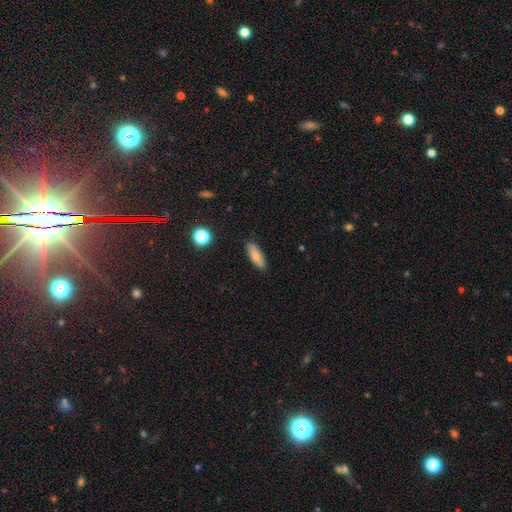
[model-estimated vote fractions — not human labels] Q: Smooth or featured?
A: smooth (75%); runner-up: featured or disk (17%)
Q: How rounded?
A: in between (57%); runner-up: cigar-shaped (41%)
Q: Merging?
A: none (87%); runner-up: minor disturbance (10%)